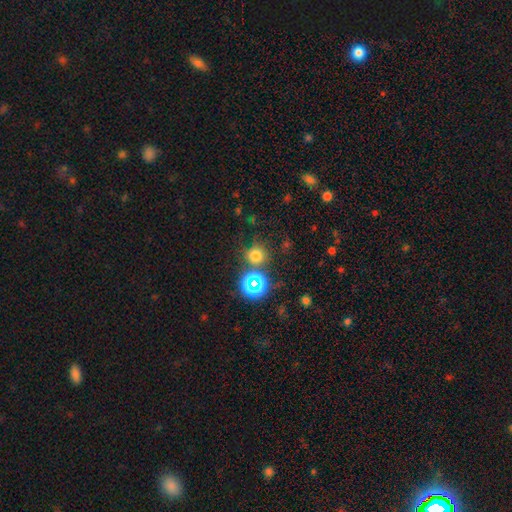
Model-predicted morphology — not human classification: Q: Smooth or featured?
A: smooth (69%); runner-up: star or artifact (24%)
Q: How rounded?
A: round (92%); runner-up: in between (7%)
Q: Merging?
A: none (75%); runner-up: merger (12%)